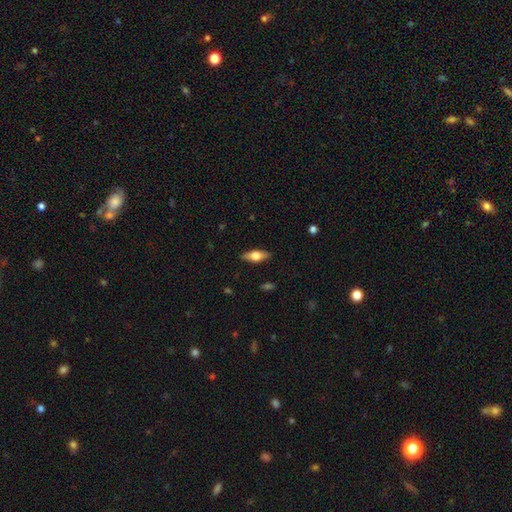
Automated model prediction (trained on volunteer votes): Smooth or featured? smooth (48%)
Merging? none (88%)